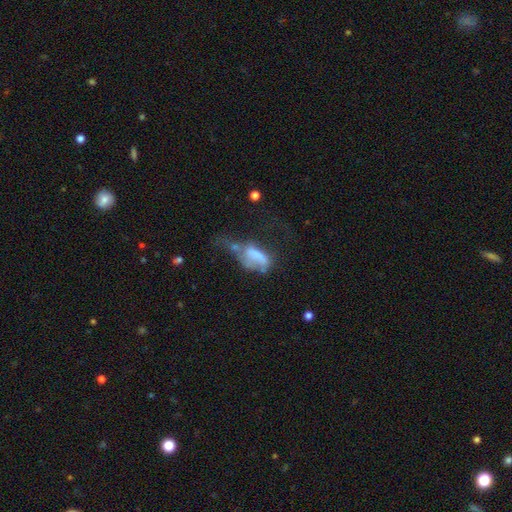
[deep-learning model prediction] Overall: smooth (51%; featured or disk 37%). How rounded: in between (81%). Merging: major disturbance (47%; merger 26%).